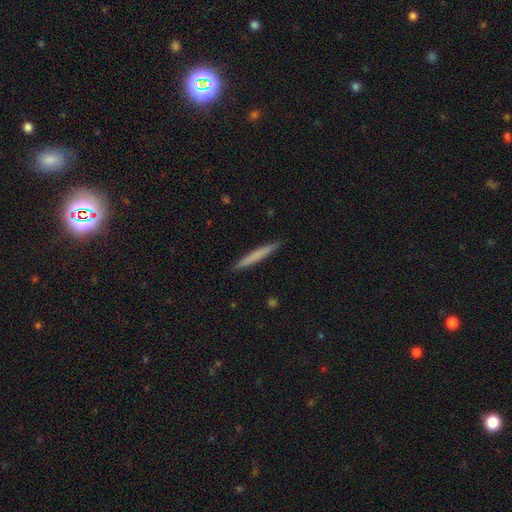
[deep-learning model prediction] Smooth or featured: smooth — 69% (featured or disk — 25%)
How rounded: cigar-shaped — 97% (in between — 2%)
Merging: none — 91% (minor disturbance — 6%)